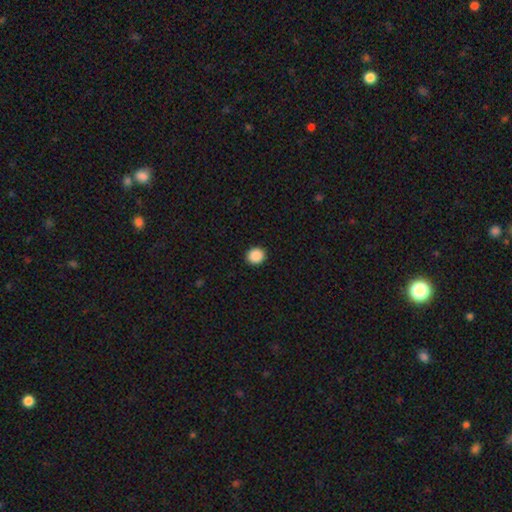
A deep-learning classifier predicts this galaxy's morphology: The model was most divided on "how rounded": round: 86%, in between: 13%, cigar-shaped: 1%. More confident: merging — none (93%); smooth or featured — smooth (89%).